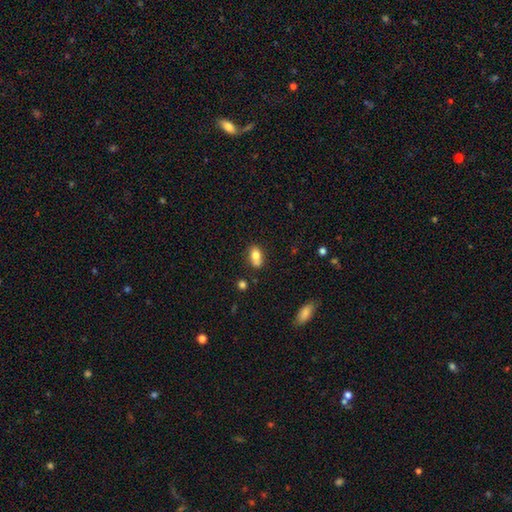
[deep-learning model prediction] smooth_or_featured: smooth (p=0.77) [alt: featured or disk p=0.14]
how_rounded: in between (p=0.80) [alt: round p=0.16]
merging: none (p=0.57) [alt: minor disturbance p=0.20]